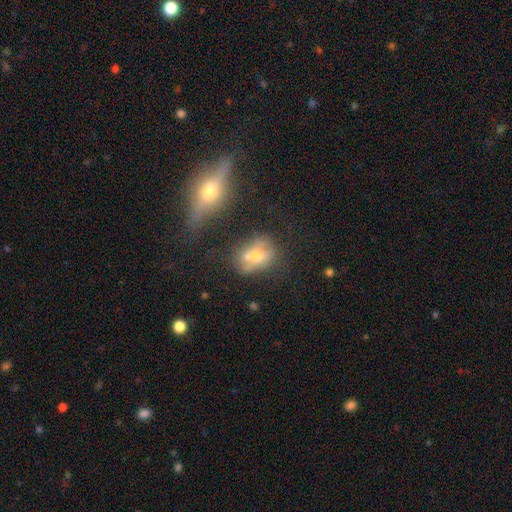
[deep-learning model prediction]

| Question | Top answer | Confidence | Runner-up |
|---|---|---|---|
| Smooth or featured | smooth | 47% | featured or disk (41%) |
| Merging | none | 44% | merger (31%) |